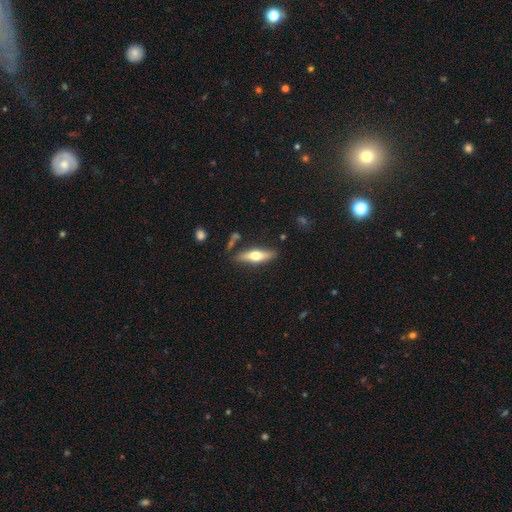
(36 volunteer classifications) smooth_or_featured: smooth (p=0.47) [tied with: featured or disk p=0.47]
how_rounded: in between (p=0.53) [alt: cigar-shaped p=0.47]
merging: none (p=0.91) [alt: minor disturbance p=0.06]